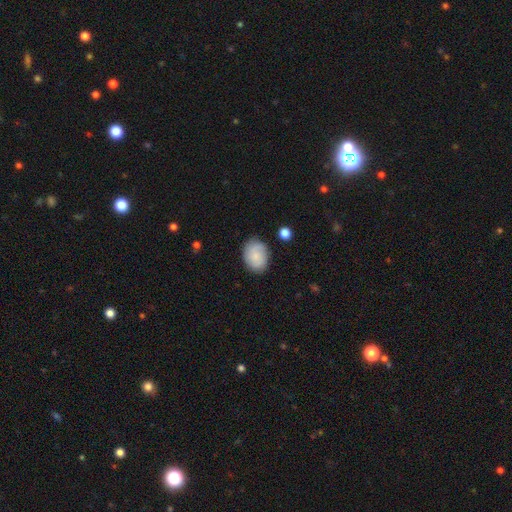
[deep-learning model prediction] smooth-or-featured: smooth: 69% | featured or disk: 23% | star or artifact: 8%
  how-rounded: in between: 68% | round: 31% | cigar-shaped: 1%
  merging: none: 80% | minor disturbance: 15% | major disturbance: 4% | merger: 2%